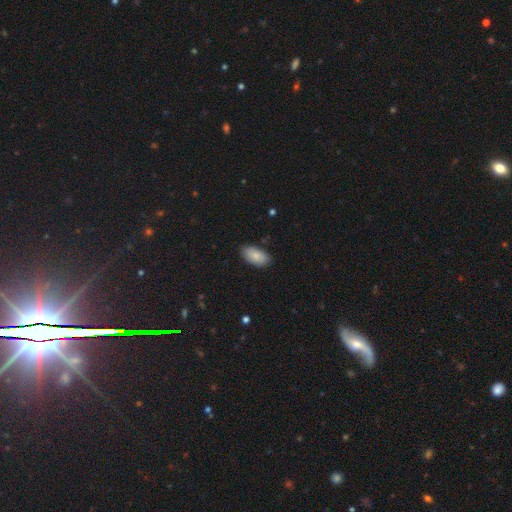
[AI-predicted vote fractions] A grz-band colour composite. It shows a smooth galaxy with no disk features (85%) that is in between round and cigar-shaped (95%). Merging: none (84%).